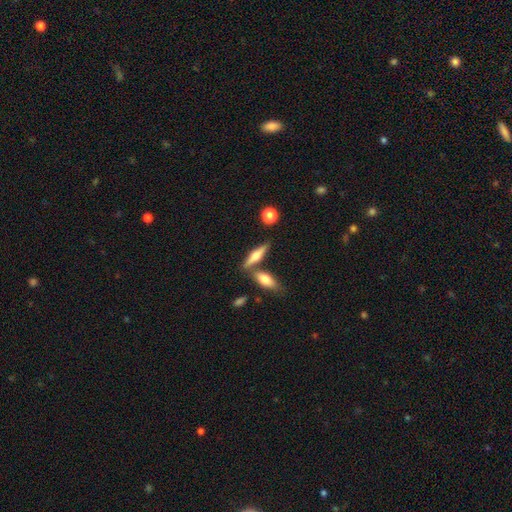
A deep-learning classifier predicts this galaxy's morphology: Smooth or featured?
  - featured or disk: 50% *
  - smooth: 43%
  - star or artifact: 7%
Edge-on disk?
  - yes: 93% *
  - no: 7%
Merging?
  - none: 66% *
  - merger: 20%
  - minor disturbance: 10%
  - major disturbance: 3%